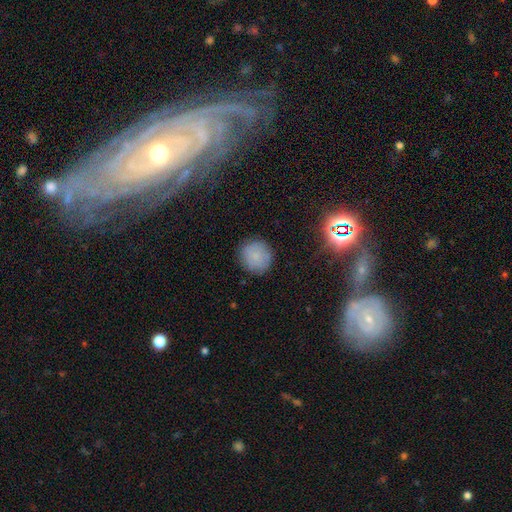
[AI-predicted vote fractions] Overall: smooth (79%). How rounded: round (94%). Merging: none (87%).